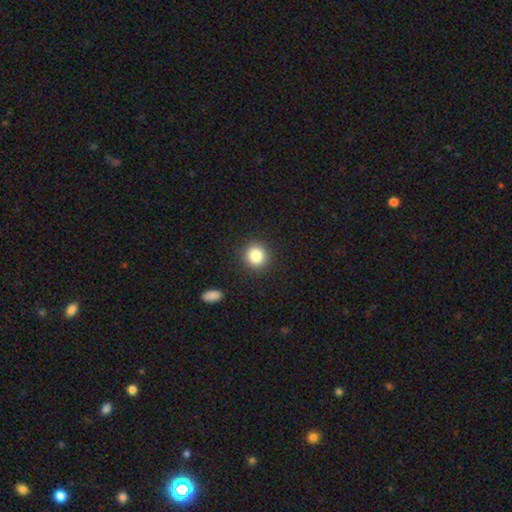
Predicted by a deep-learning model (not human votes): smooth 84%, star or artifact 10%, featured or disk 6%. Down the decision tree: how rounded — round (91%); merging — none (90%).